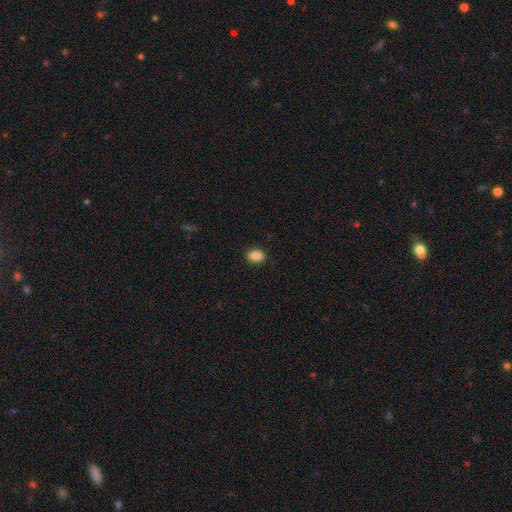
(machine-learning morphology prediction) A smooth galaxy with no disk features (89%) that is in between round and cigar-shaped (74%).

Vote fractions:
- Smooth or featured? smooth: 89% / star or artifact: 9% / featured or disk: 3%
- How rounded? in between: 74% / round: 25% / cigar-shaped: 1%
- Merging? none: 89% / minor disturbance: 8% / major disturbance: 2% / merger: 1%